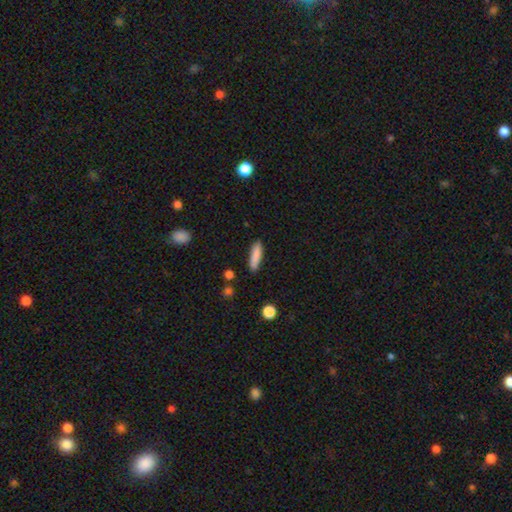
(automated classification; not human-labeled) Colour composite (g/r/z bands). It shows a smooth galaxy with no disk features (86%) that is cigar-shaped (70%). Merging: none (87%).